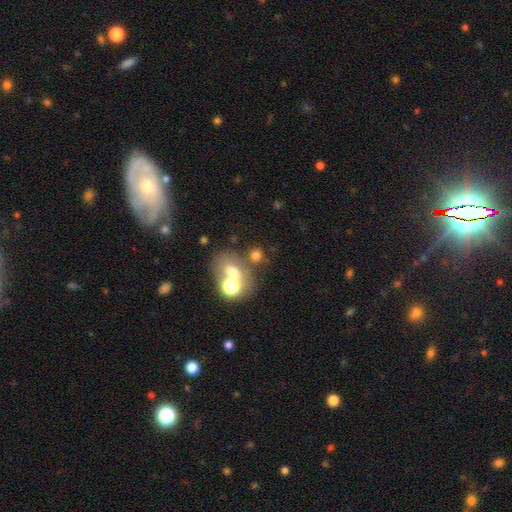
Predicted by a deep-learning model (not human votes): Smooth or featured? smooth (65%)
How rounded? round (70%)
Merging? none (55%)